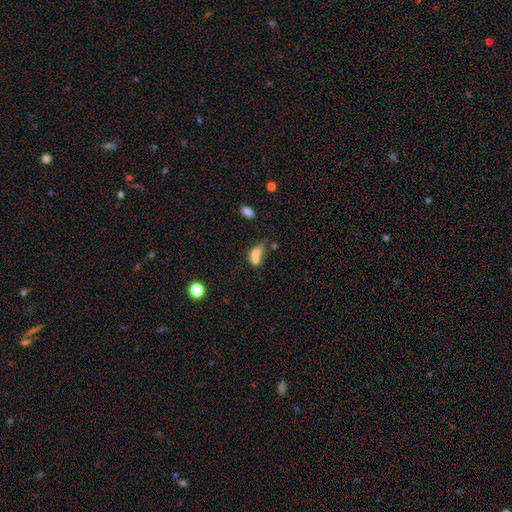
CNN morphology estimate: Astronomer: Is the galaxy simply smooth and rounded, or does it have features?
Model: smooth — 70%.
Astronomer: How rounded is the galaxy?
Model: in between — 74%.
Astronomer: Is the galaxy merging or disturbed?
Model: merger — 52%.